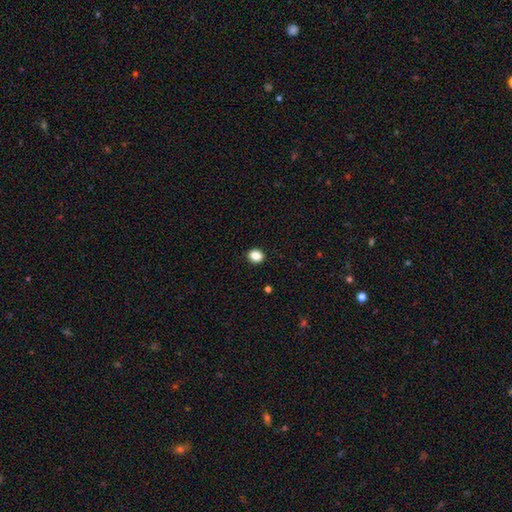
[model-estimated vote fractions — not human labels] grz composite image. It shows a smooth galaxy with no disk features (86%) that is round (63%). Merging: none (92%).